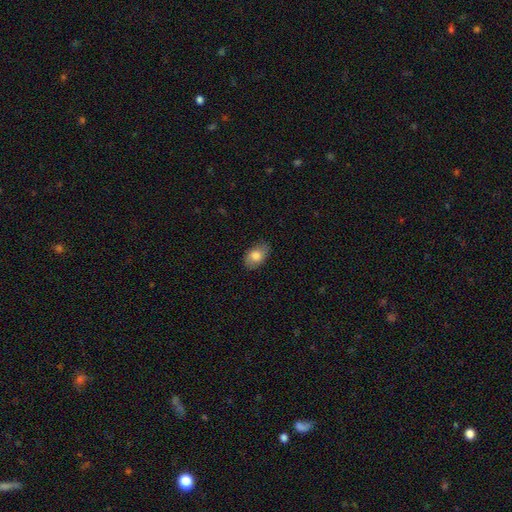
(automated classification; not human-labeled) smooth 79%, featured or disk 14%, star or artifact 7%. Down the decision tree: how rounded — in between (89%); merging — none (81%).